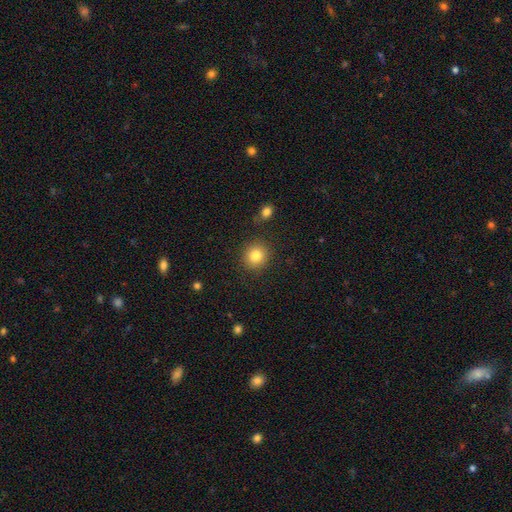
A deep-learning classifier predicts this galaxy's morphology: smooth_or_featured: smooth (p=0.83) [alt: star or artifact p=0.10]
how_rounded: round (p=0.87) [alt: in between p=0.13]
merging: none (p=0.87) [alt: minor disturbance p=0.08]